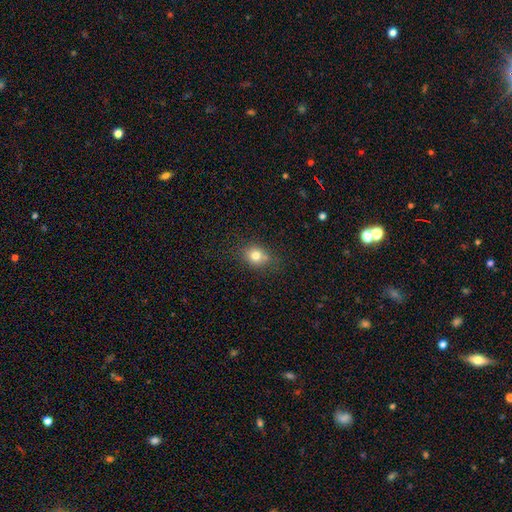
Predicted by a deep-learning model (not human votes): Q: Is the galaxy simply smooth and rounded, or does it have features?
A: smooth — 78%.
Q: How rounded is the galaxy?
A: round — 63%.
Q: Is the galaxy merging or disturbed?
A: none — 66%.